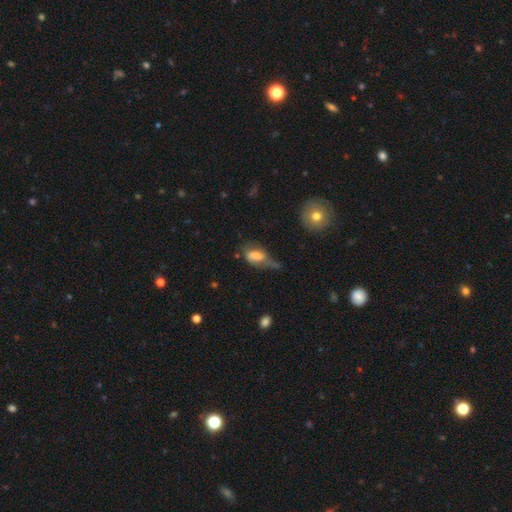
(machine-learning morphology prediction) type=smooth (61%); roundness=in between (87%); merging=major disturbance (33%).